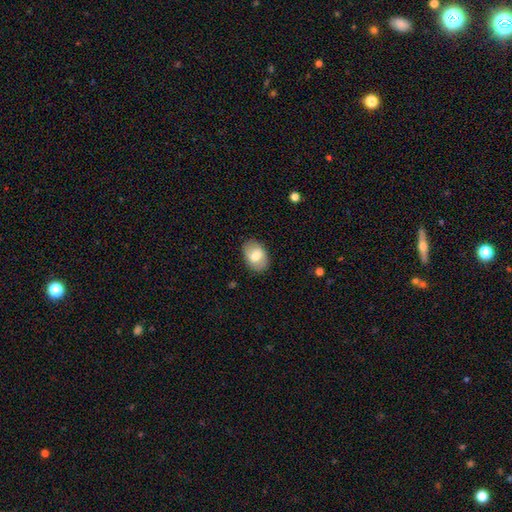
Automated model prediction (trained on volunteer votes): smooth 59%, featured or disk 34%, star or artifact 7%. Down the decision tree: how rounded — in between (80%); merging — none (83%).